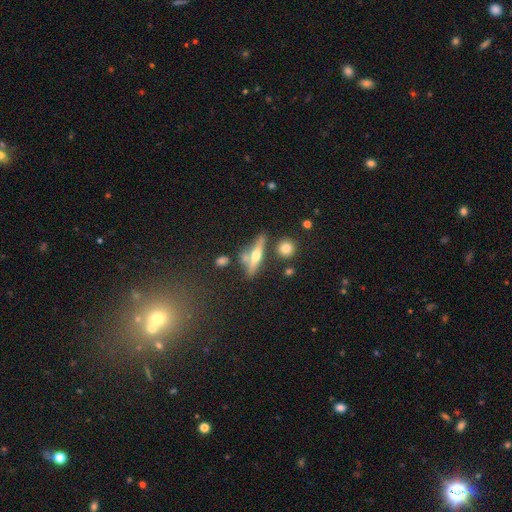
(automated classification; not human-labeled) featured or disk 60%, smooth 31%, star or artifact 9%. Down the decision tree: edge-on disk — yes (90%); edge-on bulge — rounded (93%); merging — none (66%).